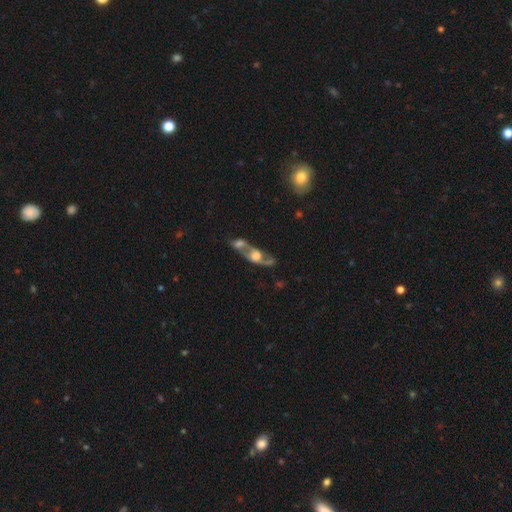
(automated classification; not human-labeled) Smooth or featured: featured or disk — 66% (smooth — 25%)
Edge-on disk: no — 57% (yes — 43%)
Merging: merger — 55% (none — 26%)